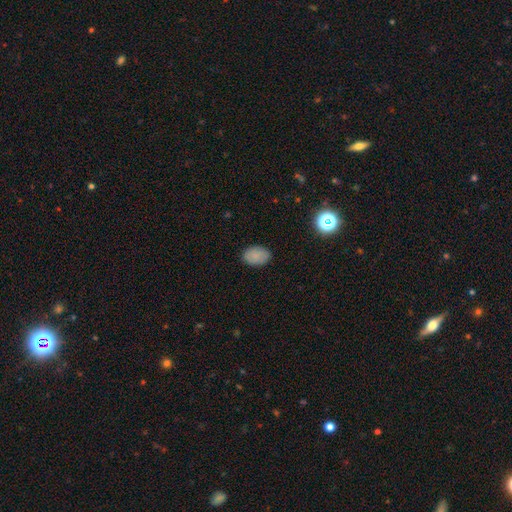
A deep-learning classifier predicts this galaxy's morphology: The model was most divided on "how rounded": in between: 84%, round: 14%, cigar-shaped: 1%. More confident: merging — none (86%); smooth or featured — smooth (84%).